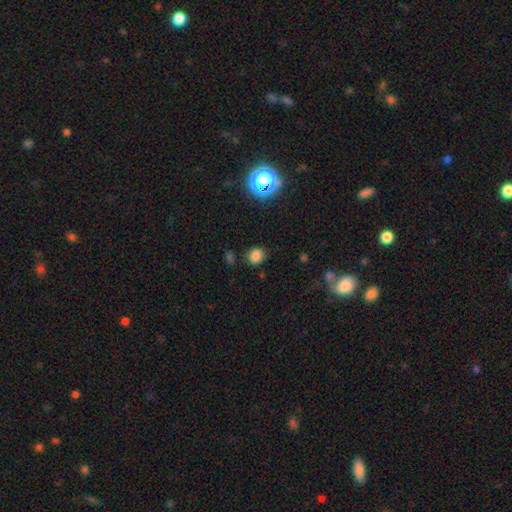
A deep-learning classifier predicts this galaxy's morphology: Smooth or featured: smooth — 78% (star or artifact — 17%)
How rounded: round — 62% (in between — 37%)
Merging: none — 82% (minor disturbance — 12%)